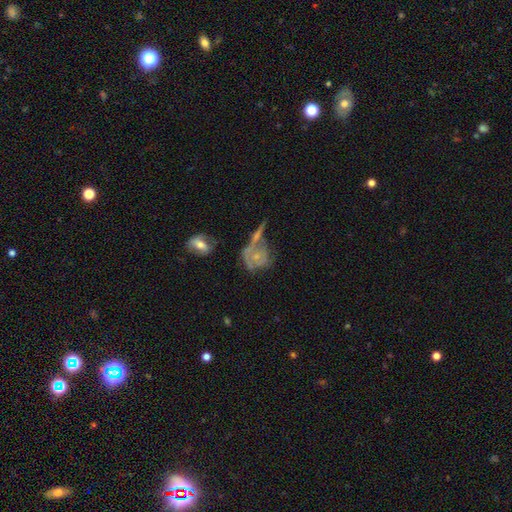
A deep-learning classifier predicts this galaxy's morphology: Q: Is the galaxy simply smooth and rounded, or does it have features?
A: featured or disk — 55%.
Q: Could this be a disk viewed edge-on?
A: no — 91%.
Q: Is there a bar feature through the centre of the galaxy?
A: no — 81%.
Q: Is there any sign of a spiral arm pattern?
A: no — 50%, tied with yes.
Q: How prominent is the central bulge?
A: small — 57%.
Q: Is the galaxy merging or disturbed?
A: none — 34%.